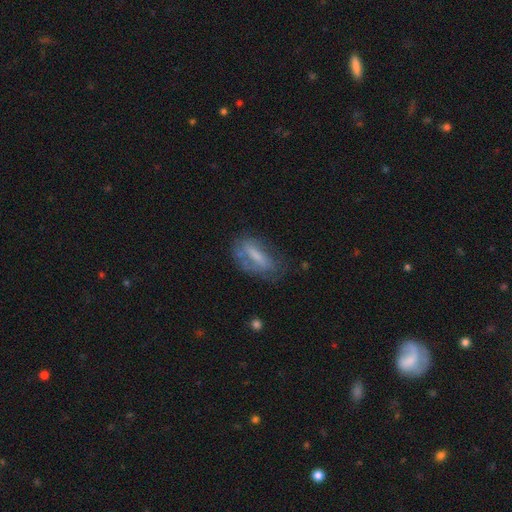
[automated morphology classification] Smooth or featured?
  - smooth: 53% *
  - featured or disk: 38%
  - star or artifact: 9%
How rounded?
  - in between: 62% *
  - cigar-shaped: 34%
  - round: 4%
Merging?
  - none: 55% *
  - minor disturbance: 26%
  - major disturbance: 16%
  - merger: 3%